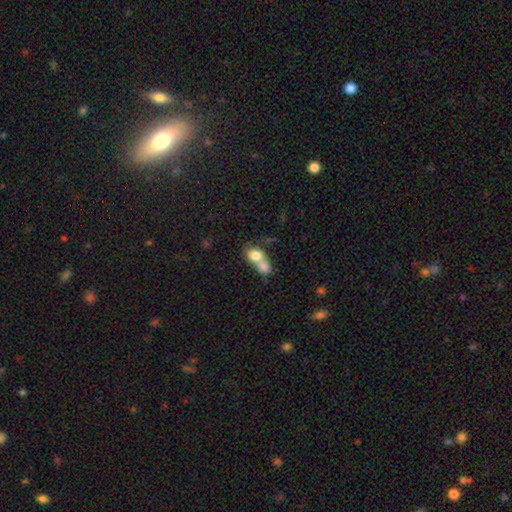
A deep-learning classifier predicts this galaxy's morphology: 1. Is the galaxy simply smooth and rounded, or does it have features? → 75% smooth, 17% featured or disk, 8% star or artifact.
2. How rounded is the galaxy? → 57% in between, 40% round, 3% cigar-shaped.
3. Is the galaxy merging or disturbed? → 75% merger, 16% none, 6% minor disturbance, 4% major disturbance.